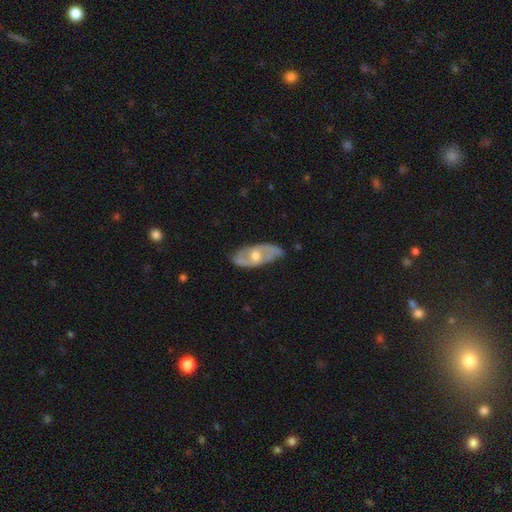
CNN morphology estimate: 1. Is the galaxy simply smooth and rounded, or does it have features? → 71% featured or disk, 24% smooth, 5% star or artifact.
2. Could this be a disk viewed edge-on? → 86% no, 14% yes.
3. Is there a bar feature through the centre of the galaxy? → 57% no, 35% weak, 9% strong.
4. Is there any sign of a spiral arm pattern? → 70% yes, 30% no.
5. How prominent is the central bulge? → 72% moderate, 20% small, 6% large, 1% none, 1% dominant.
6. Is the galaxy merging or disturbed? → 78% none, 17% minor disturbance, 4% major disturbance, 1% merger.